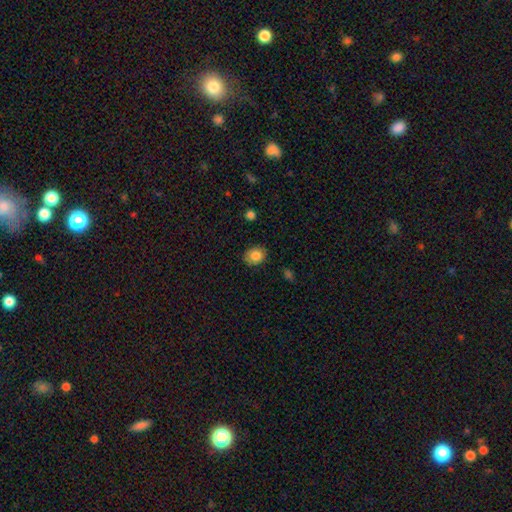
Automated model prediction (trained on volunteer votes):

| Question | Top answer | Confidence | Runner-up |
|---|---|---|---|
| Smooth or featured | smooth | 82% | featured or disk (9%) |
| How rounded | round | 54% | in between (45%) |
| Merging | none | 85% | minor disturbance (12%) |